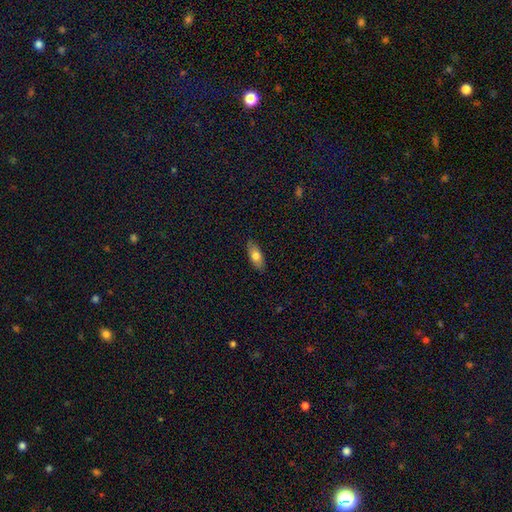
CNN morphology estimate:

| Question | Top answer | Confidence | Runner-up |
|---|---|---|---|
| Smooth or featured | smooth | 73% | featured or disk (20%) |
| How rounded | in between | 79% | cigar-shaped (18%) |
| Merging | none | 87% | minor disturbance (10%) |